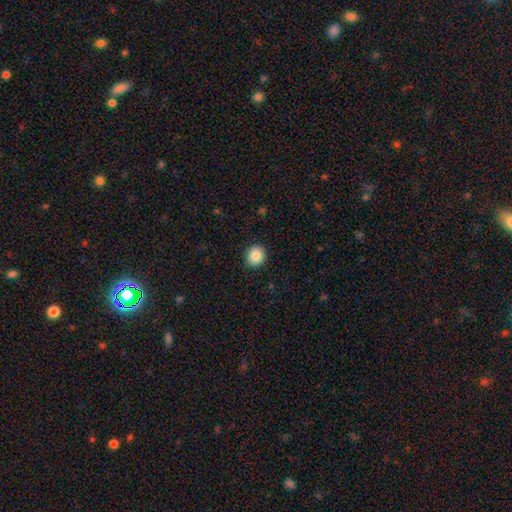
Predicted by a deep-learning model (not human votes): This is clearly a smooth galaxy (87%). How rounded: clearly round (82%). Merging: clearly none (90%).